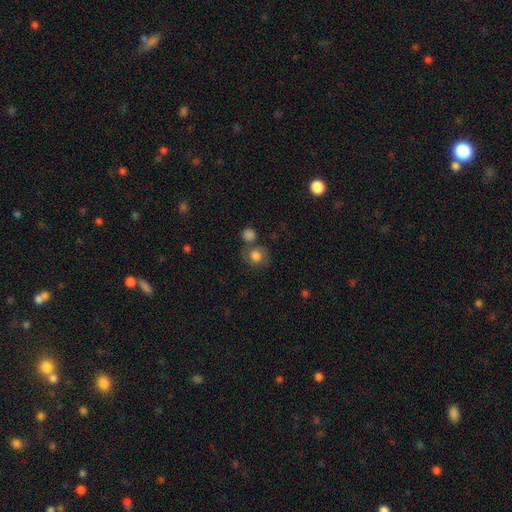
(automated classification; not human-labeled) Smooth or featured? smooth (76%)
How rounded? round (84%)
Merging? none (59%)